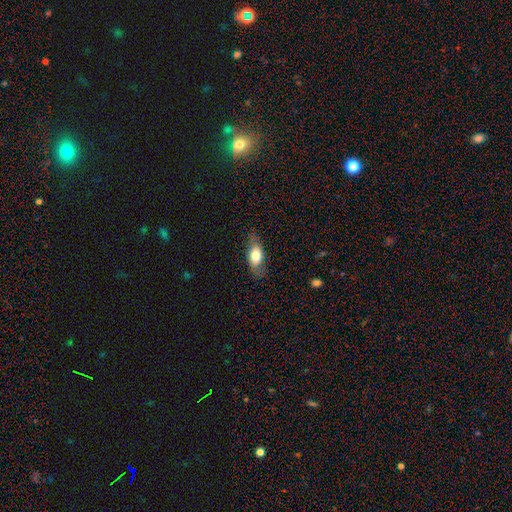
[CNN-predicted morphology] A smooth galaxy with no disk features (68%) that is in between round and cigar-shaped (84%). Merging: none (76%).